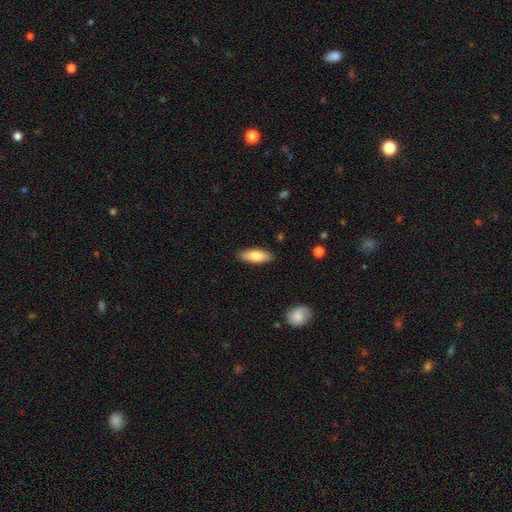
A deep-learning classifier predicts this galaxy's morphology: Q: Smooth or featured?
A: smooth (79%); runner-up: featured or disk (15%)
Q: How rounded?
A: in between (69%); runner-up: cigar-shaped (29%)
Q: Merging?
A: none (88%); runner-up: minor disturbance (9%)